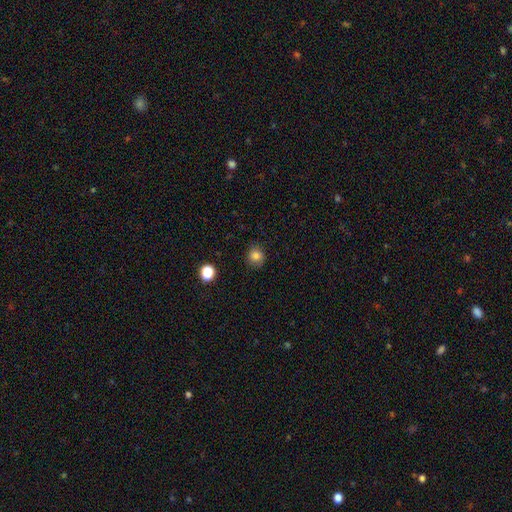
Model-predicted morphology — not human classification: smooth 81%, star or artifact 12%, featured or disk 6%. Down the decision tree: how rounded — round (87%); merging — none (83%).